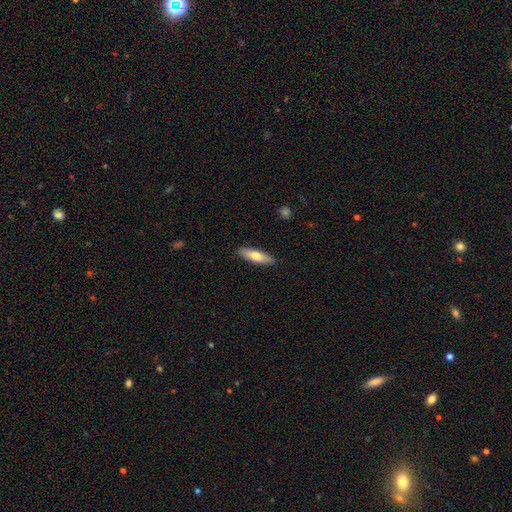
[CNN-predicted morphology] A smooth galaxy with no disk features (71%) that is cigar-shaped (63%).

Vote fractions:
- Smooth or featured? smooth: 71% / featured or disk: 24% / star or artifact: 6%
- How rounded? cigar-shaped: 63% / in between: 36% / round: 2%
- Merging? none: 89% / minor disturbance: 8% / major disturbance: 2% / merger: 1%